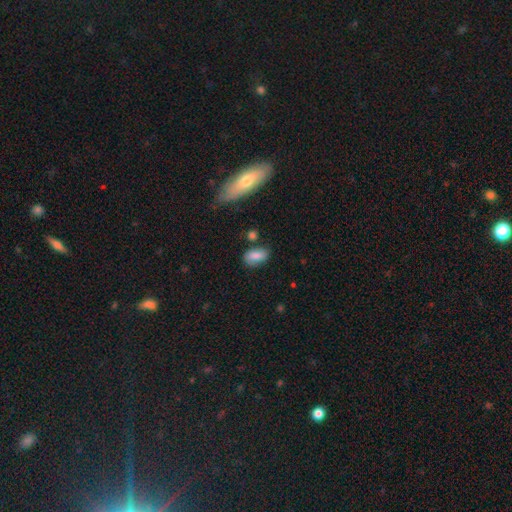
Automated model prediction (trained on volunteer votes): A smooth galaxy with no disk features (81%) that is in between round and cigar-shaped (89%). Merging: none (69%).